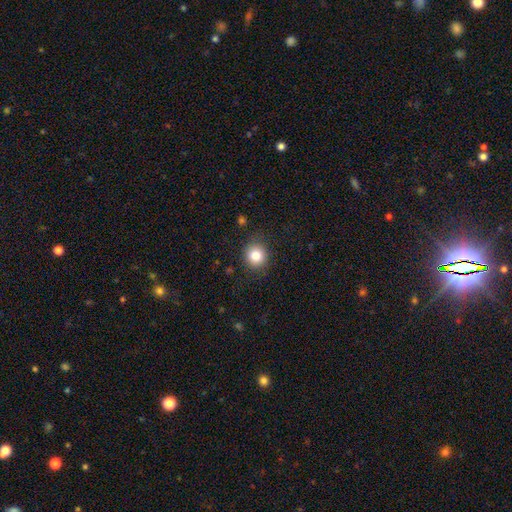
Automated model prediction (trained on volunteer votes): Smooth or featured: smooth — 84% (star or artifact — 10%)
How rounded: round — 86% (in between — 13%)
Merging: none — 86% (minor disturbance — 10%)